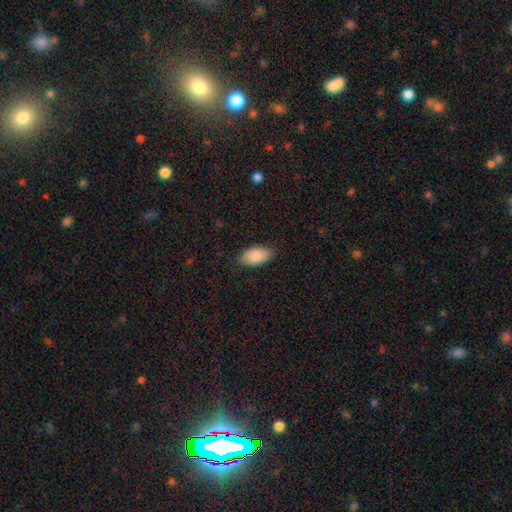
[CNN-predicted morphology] type=smooth (88%); roundness=in between (95%); merging=none (83%).